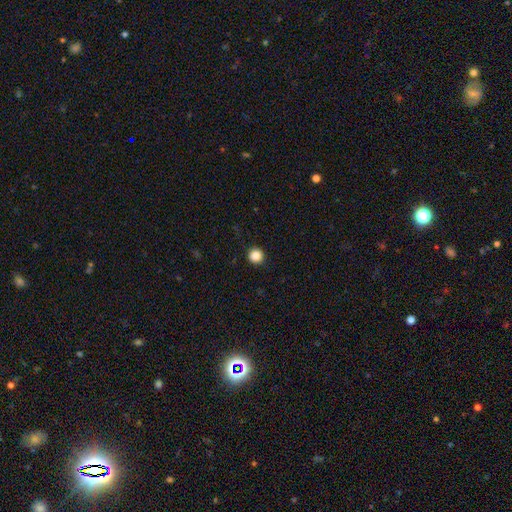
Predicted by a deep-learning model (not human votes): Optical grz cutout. It shows a smooth galaxy with no disk features (86%) that is round (96%). Merging: none (94%).